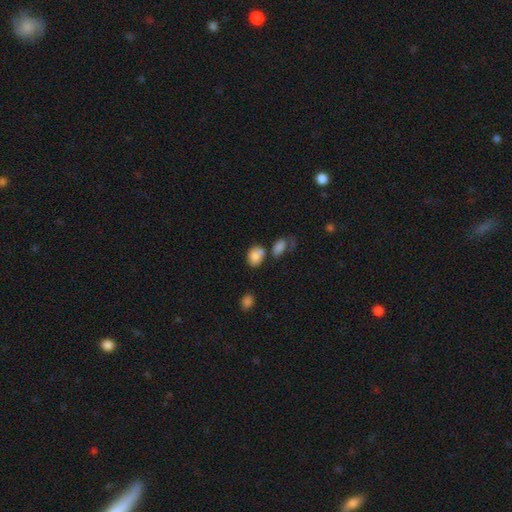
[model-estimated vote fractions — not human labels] Smooth or featured?
  - smooth: 83% *
  - star or artifact: 9%
  - featured or disk: 8%
How rounded?
  - in between: 69% *
  - round: 30%
  - cigar-shaped: 1%
Merging?
  - none: 48% *
  - merger: 28%
  - minor disturbance: 17%
  - major disturbance: 7%